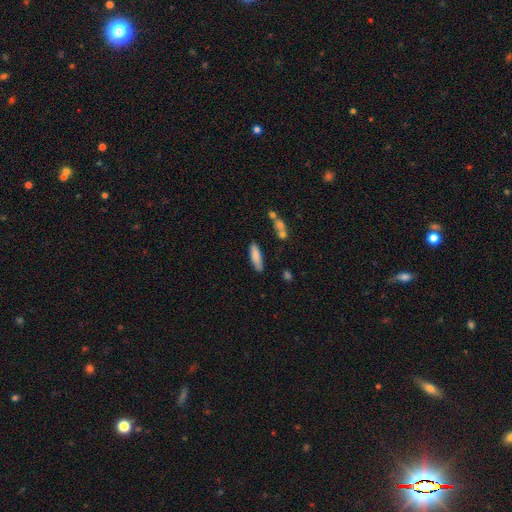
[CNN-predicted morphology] type=smooth (83%); roundness=cigar-shaped (61%); merging=none (80%).